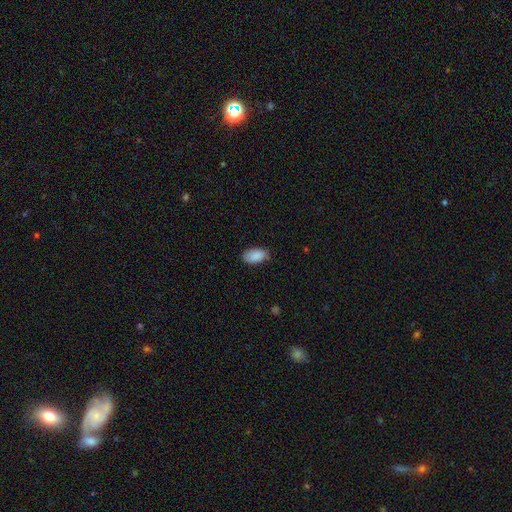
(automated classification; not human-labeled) smooth-or-featured: smooth: 89% | star or artifact: 6% | featured or disk: 5%
  how-rounded: in between: 95% | round: 3% | cigar-shaped: 2%
  merging: none: 82% | minor disturbance: 15% | major disturbance: 3% | merger: 1%